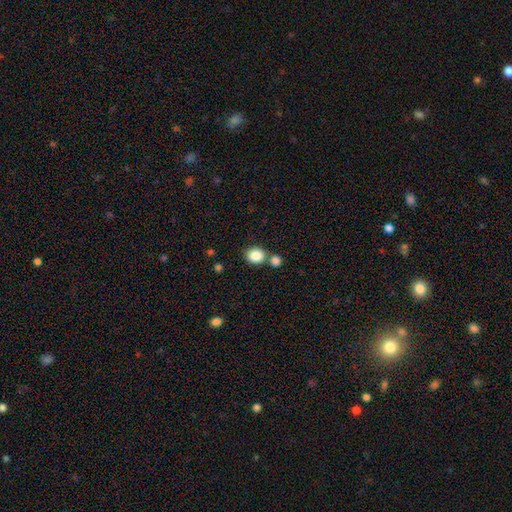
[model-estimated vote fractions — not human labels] A smooth galaxy with no disk features (86%) that is round (71%).

Vote fractions:
- Smooth or featured? smooth: 86% / star or artifact: 9% / featured or disk: 5%
- How rounded? round: 71% / in between: 28% / cigar-shaped: 1%
- Merging? none: 65% / merger: 23% / minor disturbance: 9% / major disturbance: 3%